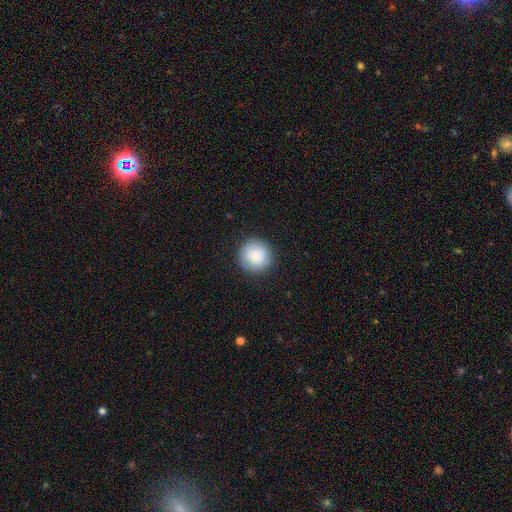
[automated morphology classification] Smooth or featured? Predicted: smooth (p=0.84). How rounded? Predicted: round (p=0.95). Merging? Predicted: none (p=0.89).